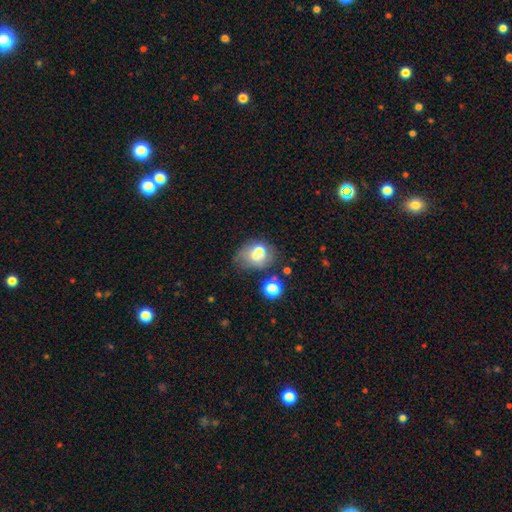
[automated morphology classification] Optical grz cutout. It shows a smooth galaxy with no disk features (60%) that is in between round and cigar-shaped (50%). Merging: none (40%).